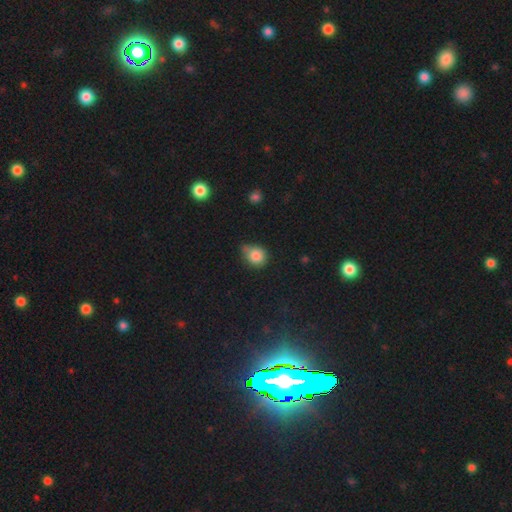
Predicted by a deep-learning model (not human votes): The model was most divided on "merging": none: 52%, minor disturbance: 33%, merger: 8%, major disturbance: 7%. More confident: smooth or featured — smooth (83%); how rounded — round (81%).